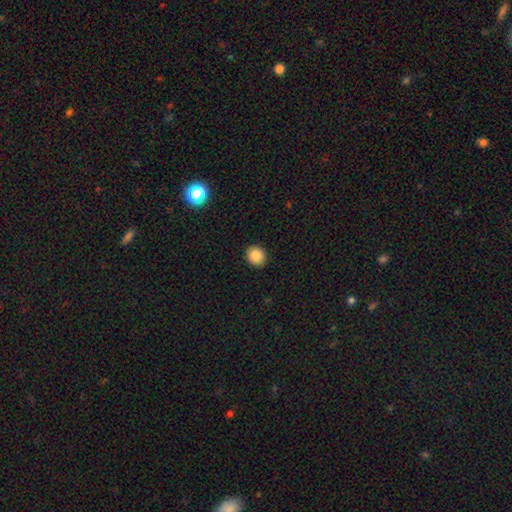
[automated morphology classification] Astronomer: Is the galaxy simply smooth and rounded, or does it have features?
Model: smooth — 86%.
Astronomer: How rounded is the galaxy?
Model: round — 83%.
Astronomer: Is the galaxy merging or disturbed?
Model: none — 93%.